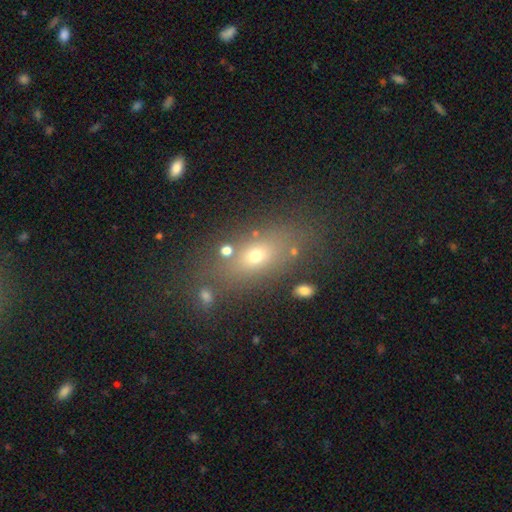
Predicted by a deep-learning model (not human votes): Smooth or featured? Predicted: smooth (p=0.59). How rounded? Predicted: in between (p=0.68). Merging? Predicted: none (p=0.75).